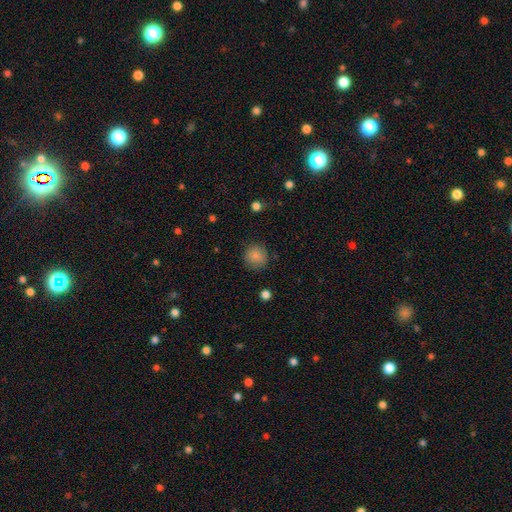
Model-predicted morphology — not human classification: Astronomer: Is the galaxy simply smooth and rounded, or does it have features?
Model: smooth — 85%.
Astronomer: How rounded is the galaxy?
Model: round — 92%.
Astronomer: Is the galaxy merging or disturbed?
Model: none — 86%.